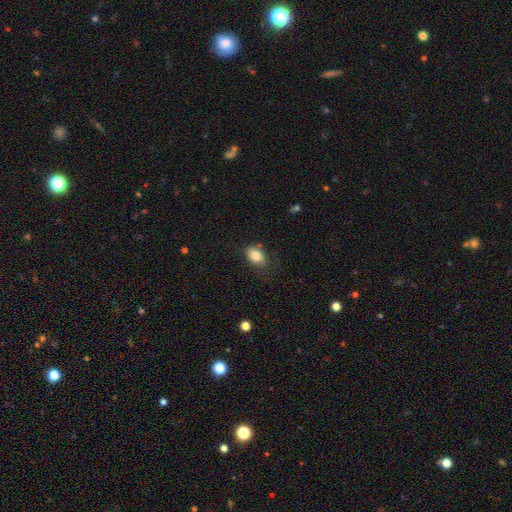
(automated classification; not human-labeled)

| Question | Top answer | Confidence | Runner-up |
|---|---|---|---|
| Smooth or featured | smooth | 81% | featured or disk (10%) |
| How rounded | in between | 83% | round (16%) |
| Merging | none | 69% | minor disturbance (21%) |